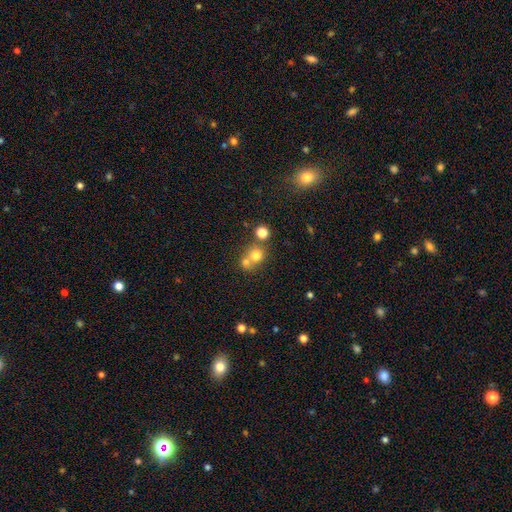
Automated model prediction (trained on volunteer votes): A smooth galaxy with no disk features (72%) that is round (82%). Merging: merger (47%).